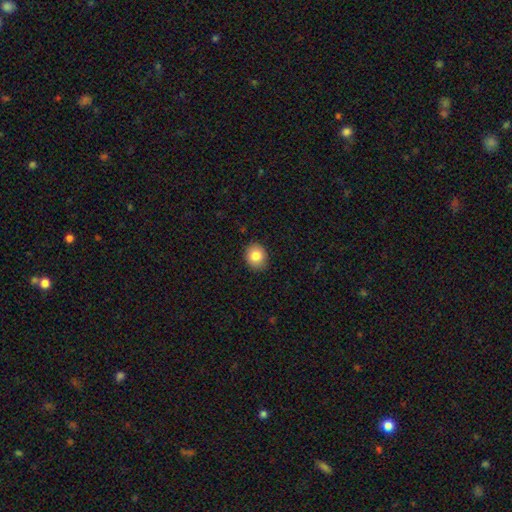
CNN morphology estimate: smooth-or-featured: smooth: 82% | star or artifact: 9% | featured or disk: 9%
  how-rounded: round: 65% | in between: 34% | cigar-shaped: 1%
  merging: none: 89% | minor disturbance: 8% | major disturbance: 2% | merger: 1%